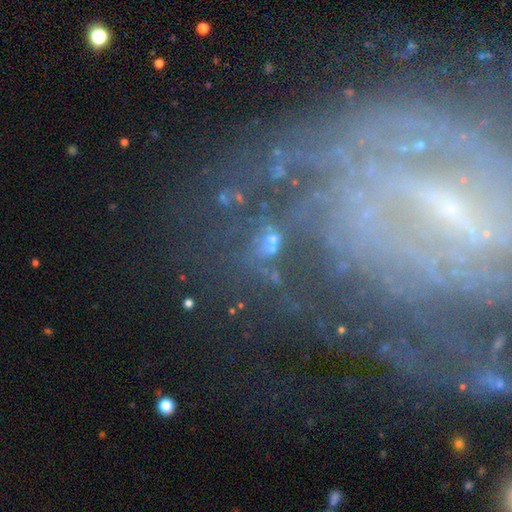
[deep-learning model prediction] Q: Smooth or featured?
A: featured or disk (46%); runner-up: star or artifact (34%)
Q: Merging?
A: none (55%); runner-up: minor disturbance (17%)